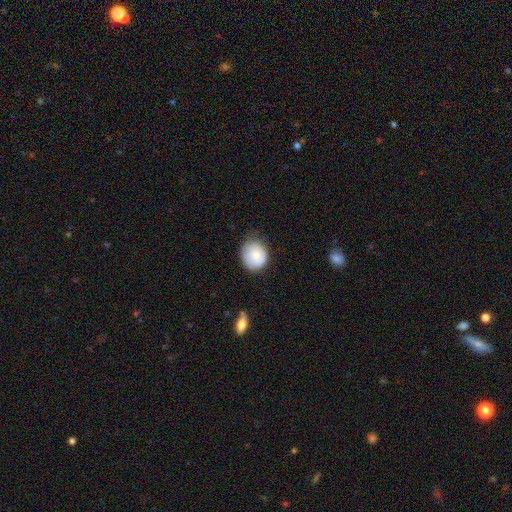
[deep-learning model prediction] Q: Smooth or featured?
A: smooth (76%); runner-up: featured or disk (16%)
Q: How rounded?
A: round (79%); runner-up: in between (20%)
Q: Merging?
A: none (64%); runner-up: minor disturbance (28%)